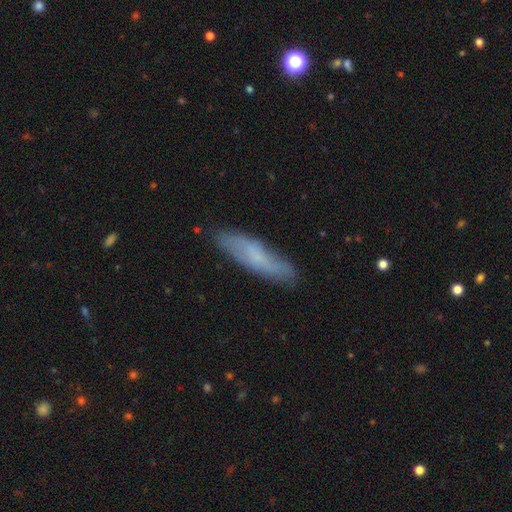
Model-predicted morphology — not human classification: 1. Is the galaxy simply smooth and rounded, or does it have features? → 56% smooth, 37% featured or disk, 7% star or artifact.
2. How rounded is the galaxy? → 73% cigar-shaped, 25% in between, 2% round.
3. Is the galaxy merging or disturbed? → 81% none, 15% minor disturbance, 3% major disturbance, 2% merger.